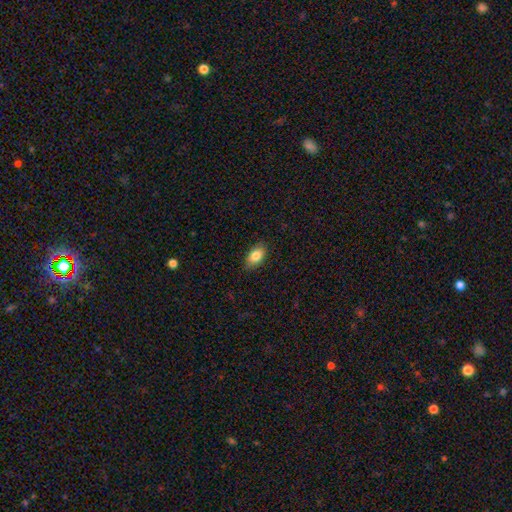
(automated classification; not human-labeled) The model was most divided on "smooth or featured": smooth: 83%, featured or disk: 9%, star or artifact: 8%. More confident: how rounded — in between (90%); merging — none (86%).